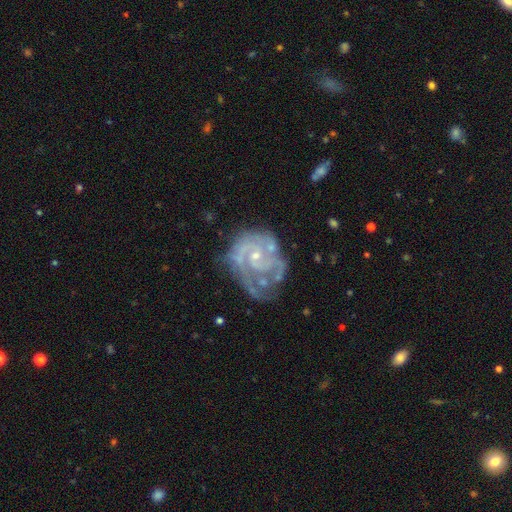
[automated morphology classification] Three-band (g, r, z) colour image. It shows a featured or disk galaxy (86%) with no bar (67%), 2 (38%) tight (57%) spiral arms (91%) and a small central bulge (72%). Merging: none (46%).